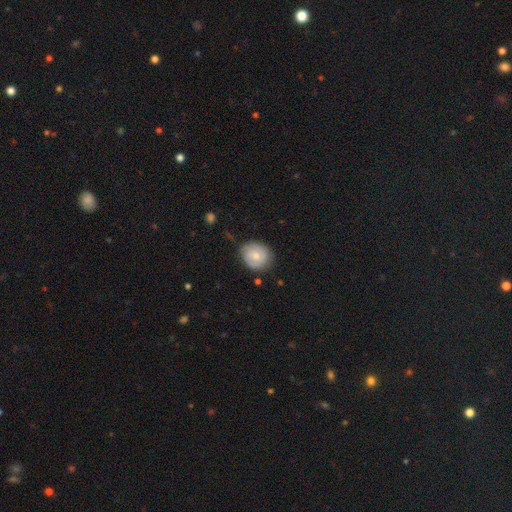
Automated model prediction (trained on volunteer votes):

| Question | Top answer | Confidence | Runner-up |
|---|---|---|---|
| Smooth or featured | smooth | 59% | featured or disk (34%) |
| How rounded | round | 76% | in between (23%) |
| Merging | none | 71% | minor disturbance (23%) |